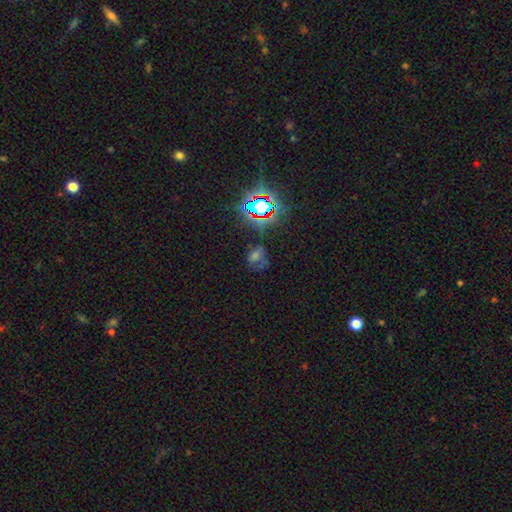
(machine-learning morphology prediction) Smooth or featured?
  - star or artifact: 53% *
  - smooth: 31%
  - featured or disk: 16%